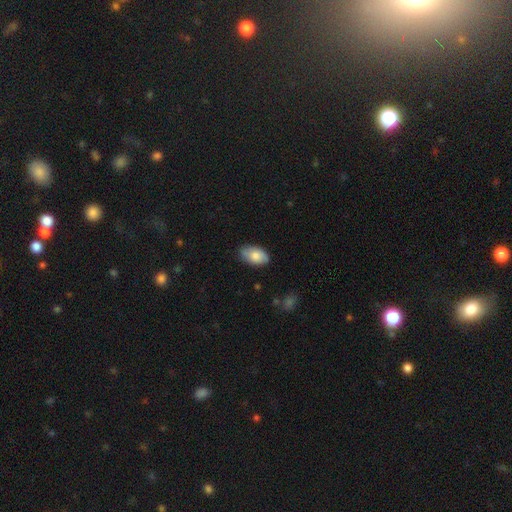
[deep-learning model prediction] smooth 79%, featured or disk 15%, star or artifact 6%. Down the decision tree: how rounded — in between (94%); merging — none (78%).